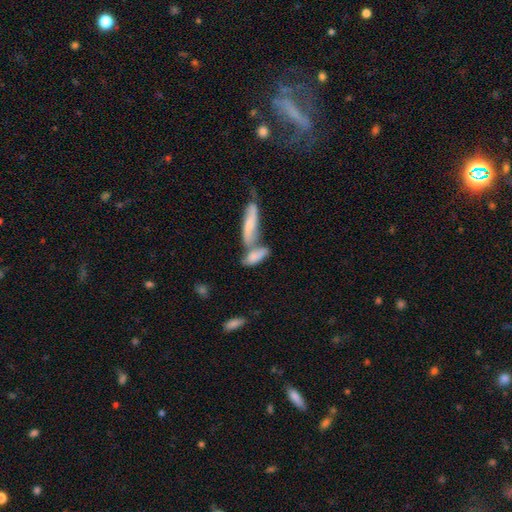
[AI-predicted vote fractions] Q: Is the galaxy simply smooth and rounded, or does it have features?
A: smooth — 71%.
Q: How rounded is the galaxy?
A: in between — 57%.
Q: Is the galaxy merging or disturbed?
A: merger — 59%.